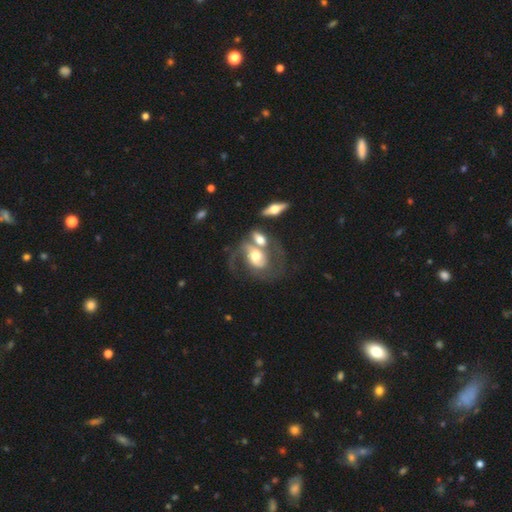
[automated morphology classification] type=featured or disk (72%); edge-on=no (95%); bar=no (60%); spiral arms=yes (80%); winding=medium (42%); arm count=2 (69%); bulge=moderate (64%); merging=merger (43%).